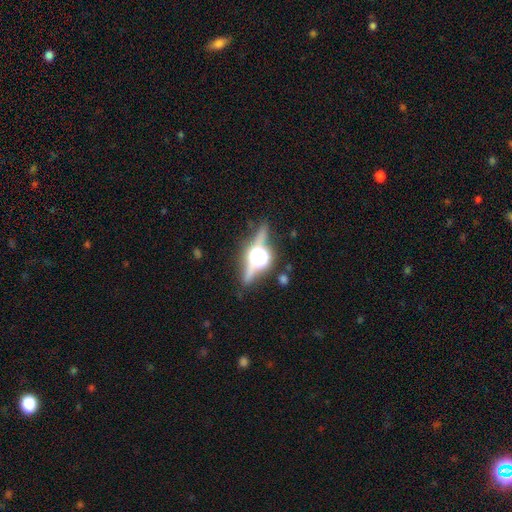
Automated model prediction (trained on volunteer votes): This is marginally a featured or disk galaxy (41%). Merging: likely none (76%).